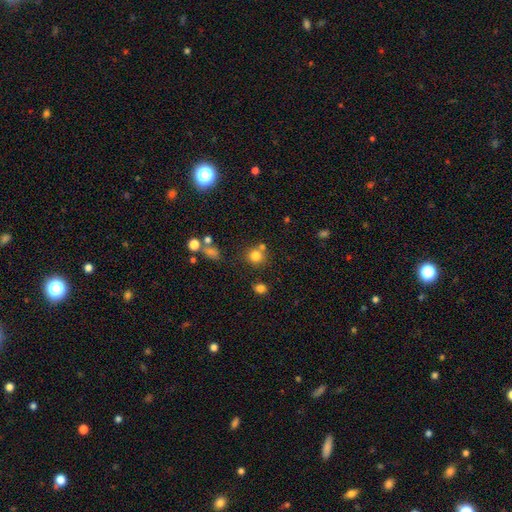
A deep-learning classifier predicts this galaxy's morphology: Smooth or featured? smooth (77%)
How rounded? round (88%)
Merging? none (67%)